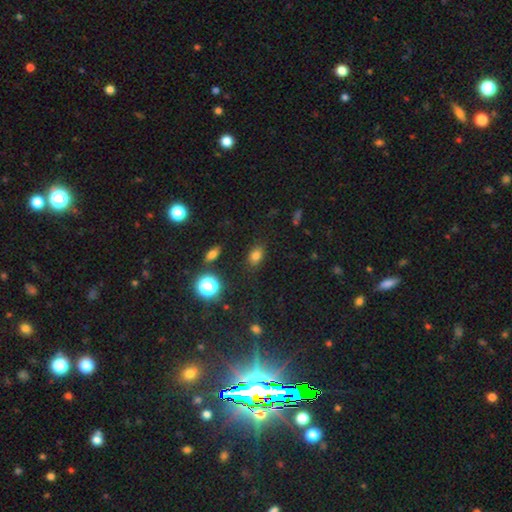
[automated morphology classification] smooth 75%, star or artifact 18%, featured or disk 7%. Down the decision tree: how rounded — in between (74%); merging — none (81%).